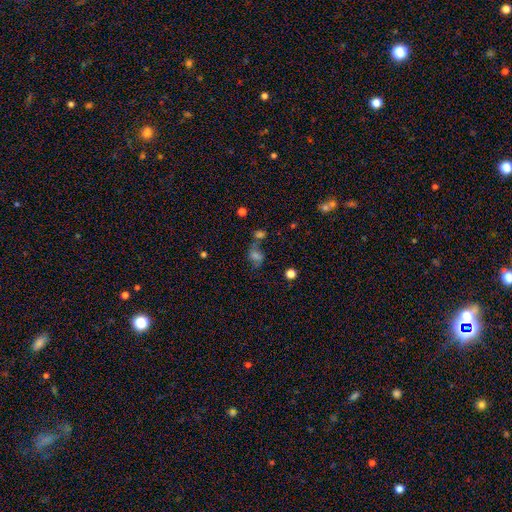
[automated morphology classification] Smooth or featured: smooth — 44% (star or artifact — 30%)
Merging: none — 42% (merger — 27%)